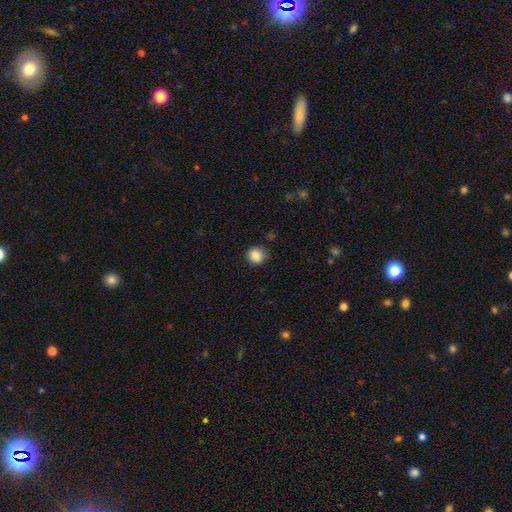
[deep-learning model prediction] The model was most divided on "merging": none: 84%, minor disturbance: 12%, major disturbance: 3%, merger: 1%. More confident: how rounded — round (90%); smooth or featured — smooth (87%).